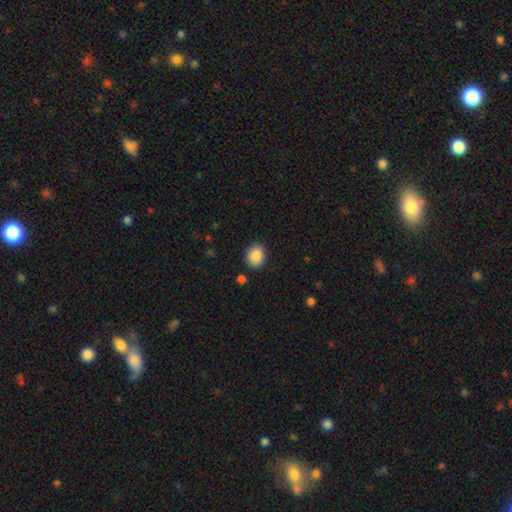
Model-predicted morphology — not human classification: A smooth galaxy with no disk features (88%) that is round (54%). Merging: none (87%).